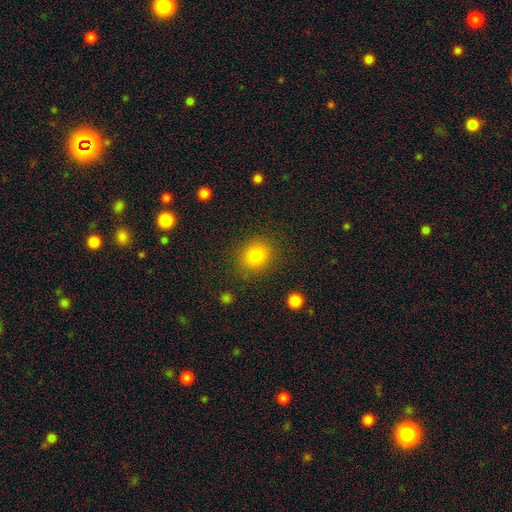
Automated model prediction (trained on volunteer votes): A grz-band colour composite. It shows a smooth galaxy with no disk features (83%) that is round (73%). Merging: none (86%).